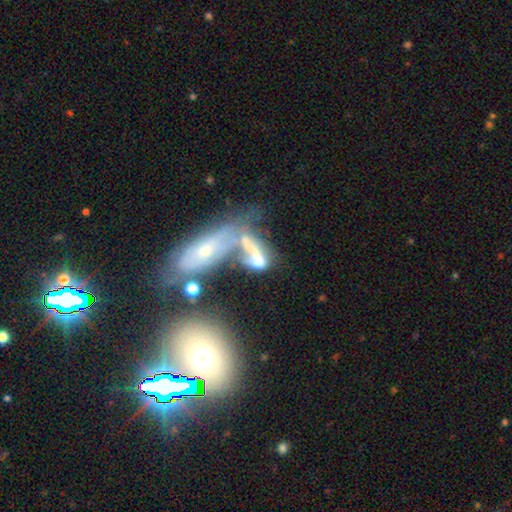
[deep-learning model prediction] smooth_or_featured: featured or disk (p=0.46) [alt: smooth p=0.40]
merging: merger (p=0.66) [alt: major disturbance p=0.17]